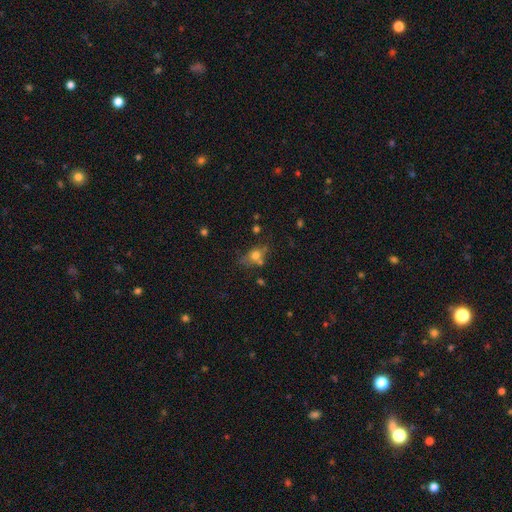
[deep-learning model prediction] Smooth or featured?
  - smooth: 67% *
  - featured or disk: 17%
  - star or artifact: 16%
How rounded?
  - in between: 49% *
  - round: 47%
  - cigar-shaped: 4%
Merging?
  - none: 49% *
  - merger: 21%
  - minor disturbance: 20%
  - major disturbance: 10%